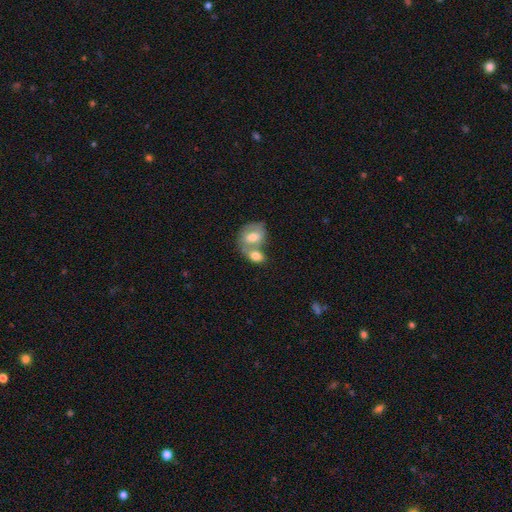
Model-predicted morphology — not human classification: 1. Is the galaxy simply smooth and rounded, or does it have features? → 71% smooth, 22% featured or disk, 7% star or artifact.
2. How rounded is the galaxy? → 72% in between, 26% round, 2% cigar-shaped.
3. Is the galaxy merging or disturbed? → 66% merger, 23% none, 8% minor disturbance, 3% major disturbance.